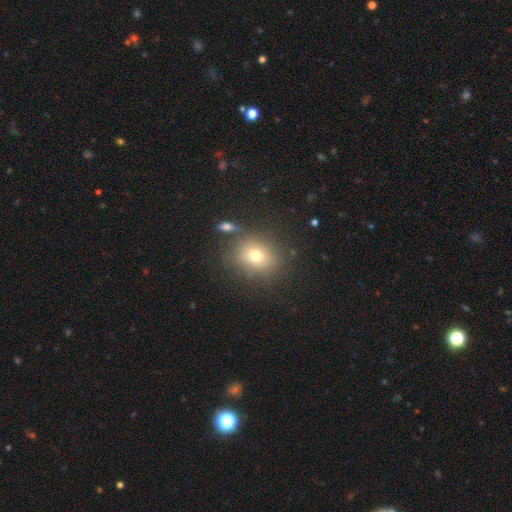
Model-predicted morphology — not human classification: Overall: smooth (72%). How rounded: round (67%; in between 32%). Merging: none (78%).